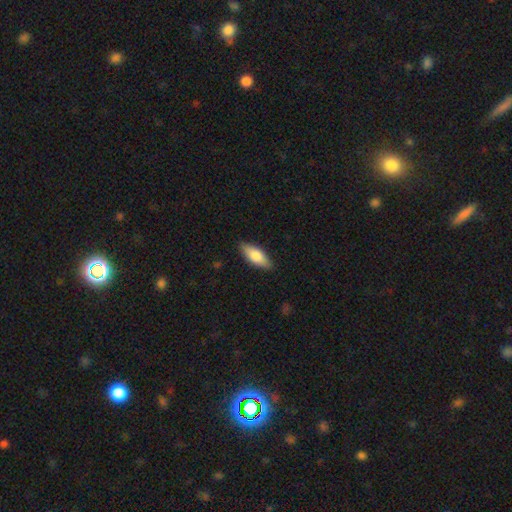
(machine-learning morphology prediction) smooth 77%, featured or disk 17%, star or artifact 5%. Down the decision tree: how rounded — in between (77%); merging — none (86%).